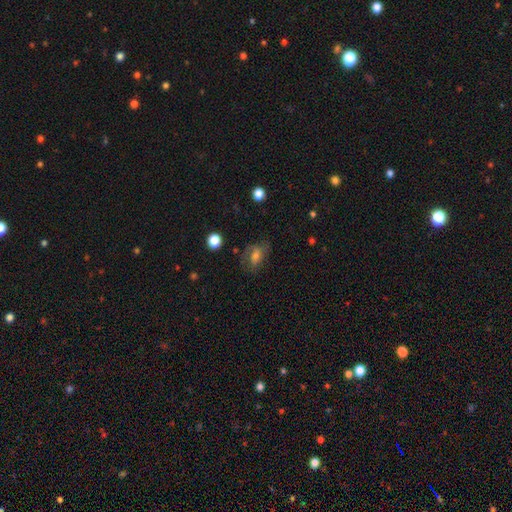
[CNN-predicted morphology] featured or disk 45%, smooth 43%, star or artifact 12%. Down the decision tree: merging — none (61%).